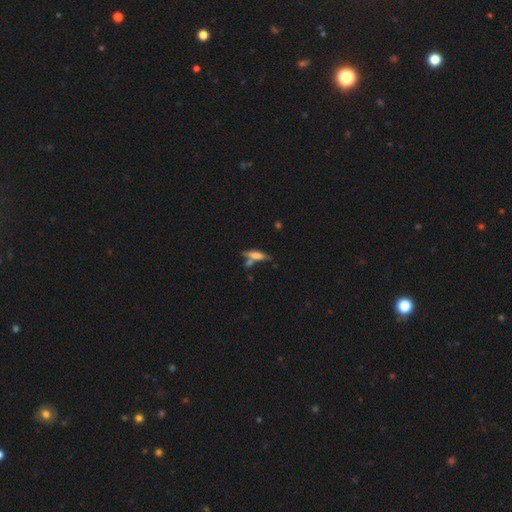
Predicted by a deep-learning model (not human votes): This appears to be a smooth galaxy with no disk features (64%) that is cigar-shaped (62%). Merging: none (49%).